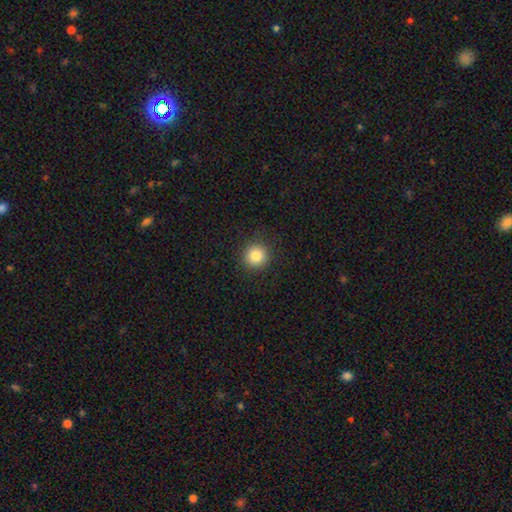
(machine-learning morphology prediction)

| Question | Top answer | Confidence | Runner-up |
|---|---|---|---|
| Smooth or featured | smooth | 83% | star or artifact (11%) |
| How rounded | round | 94% | in between (5%) |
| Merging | none | 91% | minor disturbance (6%) |